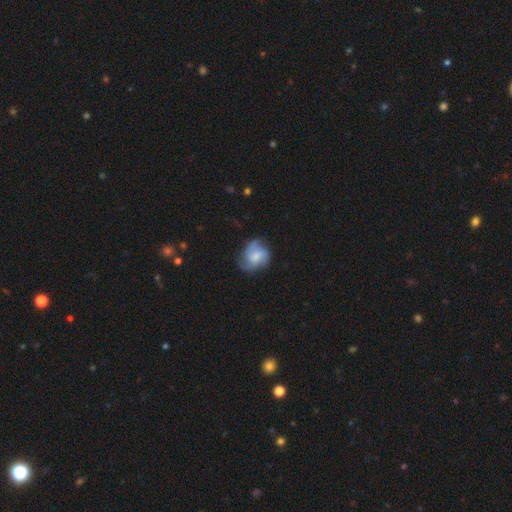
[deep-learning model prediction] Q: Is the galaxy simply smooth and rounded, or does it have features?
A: featured or disk — 50%.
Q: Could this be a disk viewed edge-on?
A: no — 97%.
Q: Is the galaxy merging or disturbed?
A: none — 59%.